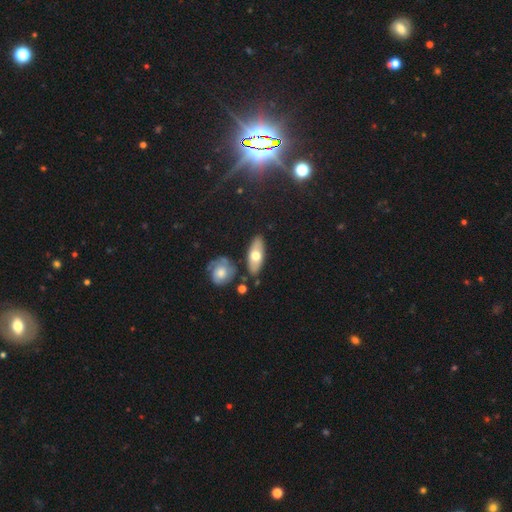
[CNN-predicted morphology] This appears to be a smooth galaxy with no disk features (60%) that is in between round and cigar-shaped (73%). Merging: none (79%).